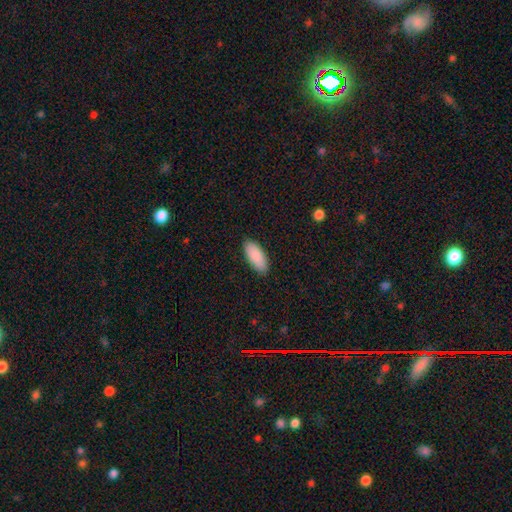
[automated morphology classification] Overall: smooth (89%). How rounded: in between (89%). Merging: none (89%).